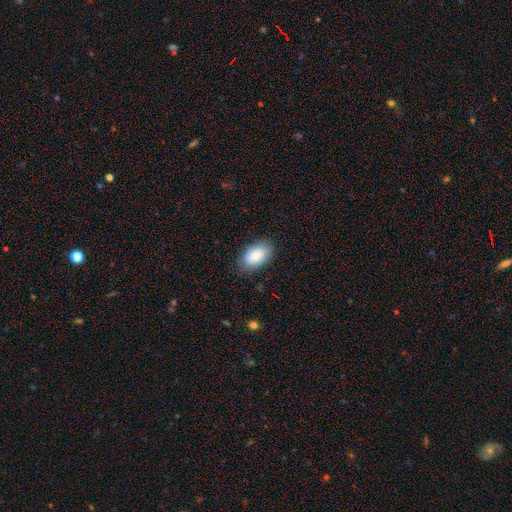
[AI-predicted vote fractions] Overall: smooth (84%). How rounded: in between (94%). Merging: none (83%).